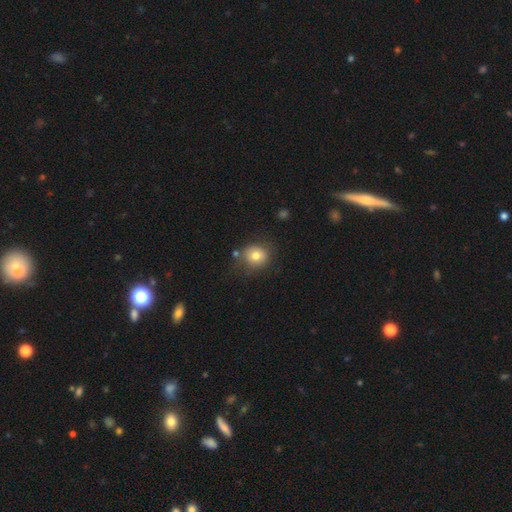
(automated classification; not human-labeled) This is likely a smooth galaxy (78%). How rounded: clearly round (81%). Merging: likely none (74%).